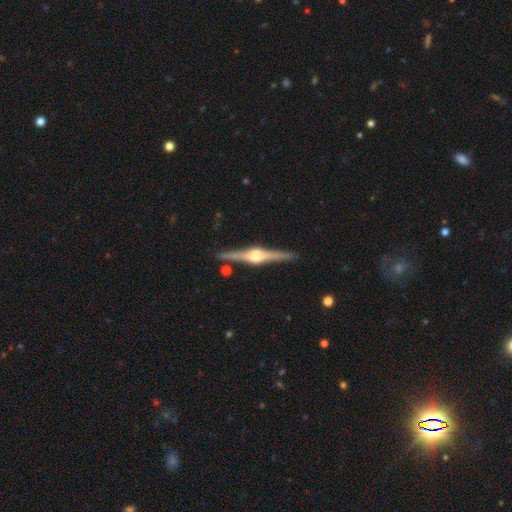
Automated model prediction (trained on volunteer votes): The model was most divided on "smooth or featured": featured or disk: 88%, smooth: 8%, star or artifact: 5%. More confident: edge-on disk — yes (98%); merging — none (90%); edge-on bulge — rounded (90%).